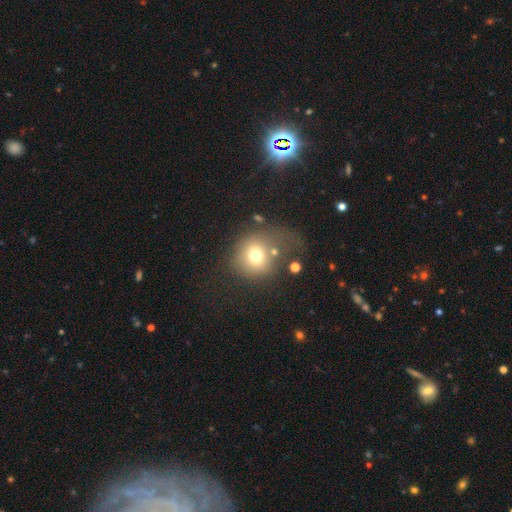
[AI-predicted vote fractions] smooth_or_featured: smooth (p=0.71) [alt: featured or disk p=0.15]
how_rounded: round (p=0.82) [alt: in between p=0.17]
merging: none (p=0.40) [alt: major disturbance p=0.29]